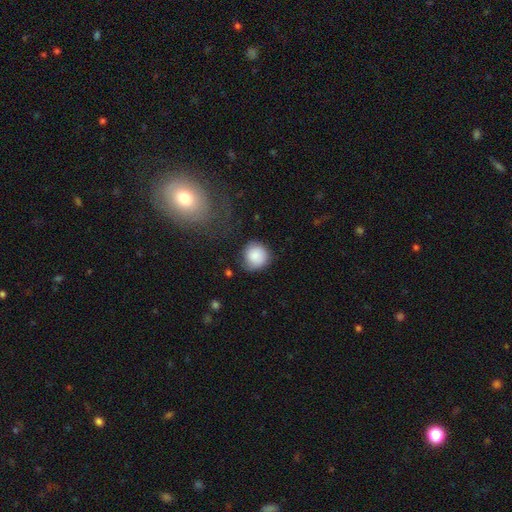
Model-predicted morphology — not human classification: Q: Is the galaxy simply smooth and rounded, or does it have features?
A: smooth — 85%.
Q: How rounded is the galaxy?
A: round — 91%.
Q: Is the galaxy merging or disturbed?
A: none — 74%.